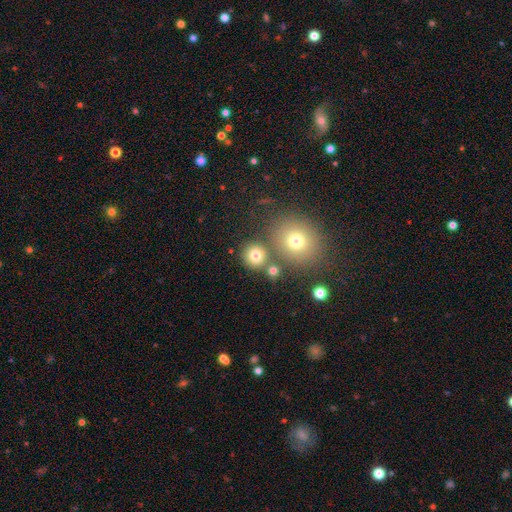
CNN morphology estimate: A smooth galaxy with no disk features (76%) that is round (89%). Merging: none (73%).